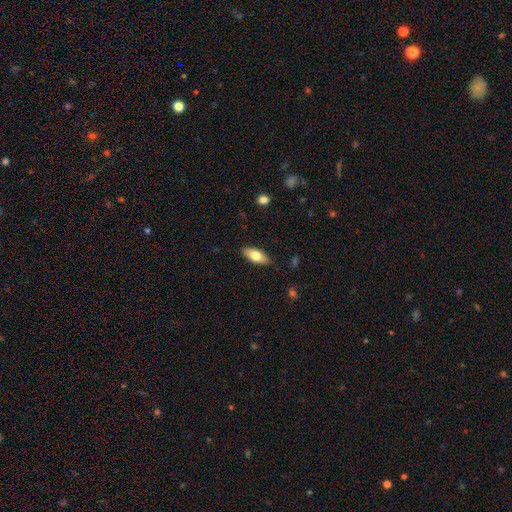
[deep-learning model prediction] smooth-or-featured: smooth: 73% | featured or disk: 21% | star or artifact: 6%
  how-rounded: in between: 82% | cigar-shaped: 16% | round: 2%
  merging: none: 88% | minor disturbance: 10% | major disturbance: 2% | merger: 1%